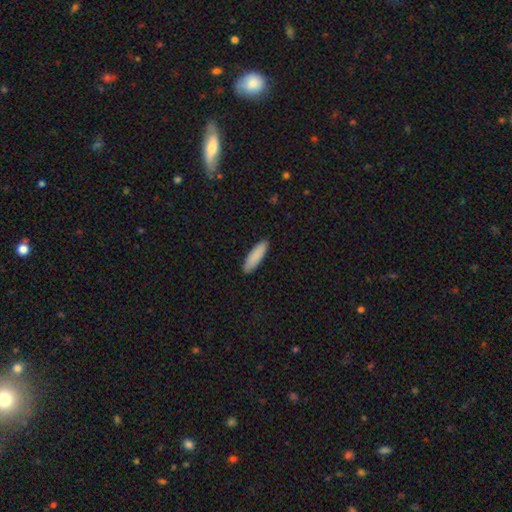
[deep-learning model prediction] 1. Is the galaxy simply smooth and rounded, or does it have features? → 89% smooth, 6% star or artifact, 6% featured or disk.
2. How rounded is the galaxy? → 64% cigar-shaped, 34% in between, 1% round.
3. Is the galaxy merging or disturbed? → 90% none, 7% minor disturbance, 1% major disturbance, 1% merger.